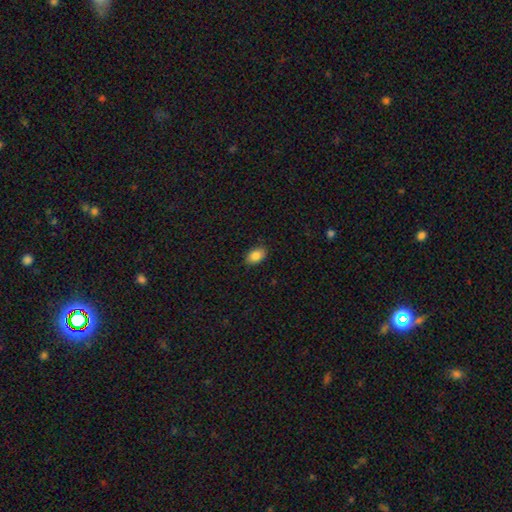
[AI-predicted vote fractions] Overall: smooth (86%). How rounded: in between (87%). Merging: none (87%).